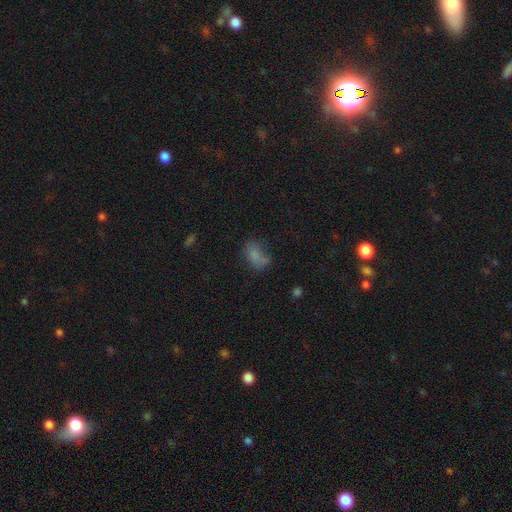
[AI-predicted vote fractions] smooth_or_featured: smooth (p=0.73) [alt: star or artifact p=0.14]
how_rounded: in between (p=0.86) [alt: round p=0.12]
merging: none (p=0.43) [alt: minor disturbance p=0.26]